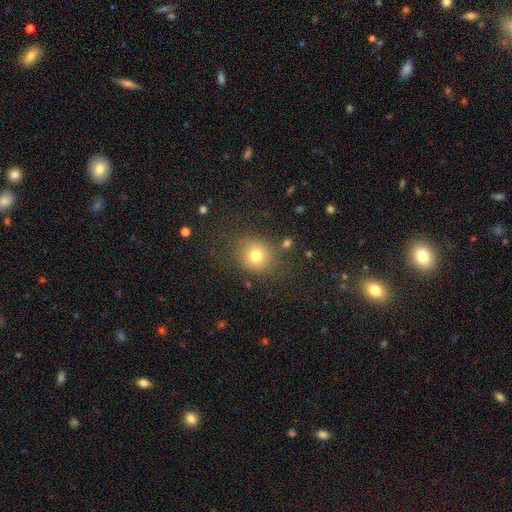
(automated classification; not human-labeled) Smooth or featured? smooth (75%)
How rounded? round (81%)
Merging? none (78%)